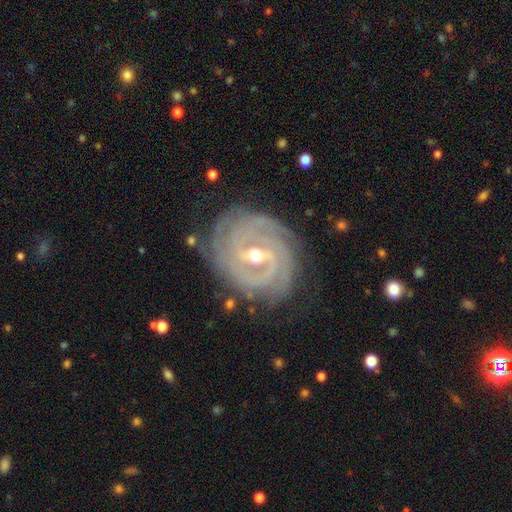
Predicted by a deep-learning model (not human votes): This is clearly a featured or disk galaxy (91%). It is clearly not viewed edge-on (97%). Bar: possibly weak (50%). Spiral arm pattern: clearly yes (98%). Spiral arm count: marginally 3 (27%). Spiral winding: likely tight (73%). Central bulge: possibly small (50%). Merging: likely none (77%).